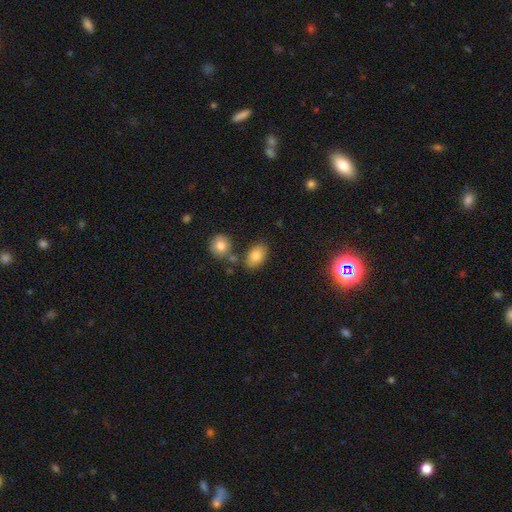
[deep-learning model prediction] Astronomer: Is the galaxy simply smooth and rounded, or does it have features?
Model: smooth — 81%.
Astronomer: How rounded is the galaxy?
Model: in between — 86%.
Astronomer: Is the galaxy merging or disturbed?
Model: none — 74%.